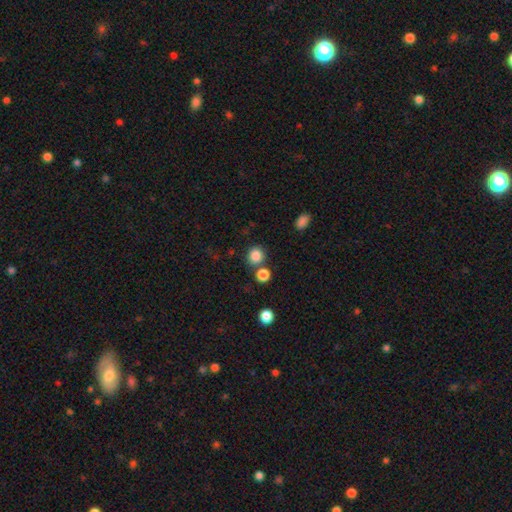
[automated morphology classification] Smooth or featured: smooth — 85% (star or artifact — 11%)
How rounded: round — 86% (in between — 13%)
Merging: none — 74% (merger — 14%)